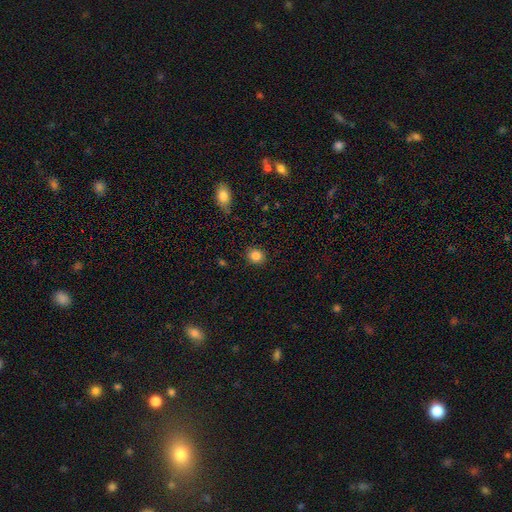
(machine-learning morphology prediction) This appears to be a smooth galaxy with no disk features (85%) that is round (78%). Merging: none (88%).